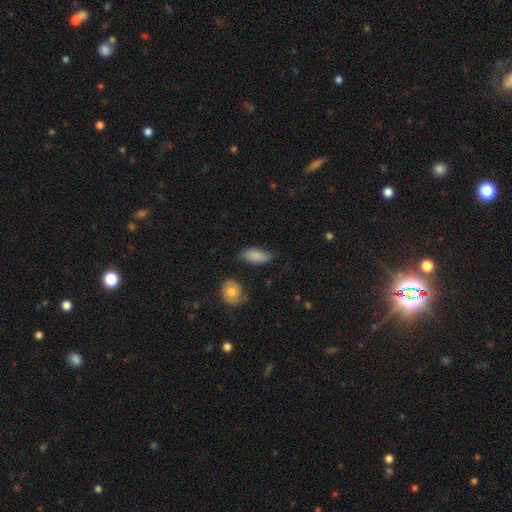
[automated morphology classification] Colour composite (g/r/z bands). It shows a smooth galaxy with no disk features (85%) that is in between round and cigar-shaped (86%). Merging: none (65%).